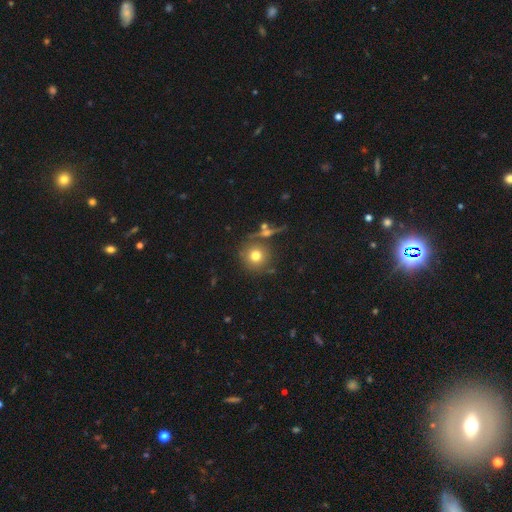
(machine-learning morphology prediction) The model was most divided on "smooth or featured": smooth: 74%, star or artifact: 14%, featured or disk: 13%. More confident: how rounded — round (93%); merging — none (76%).